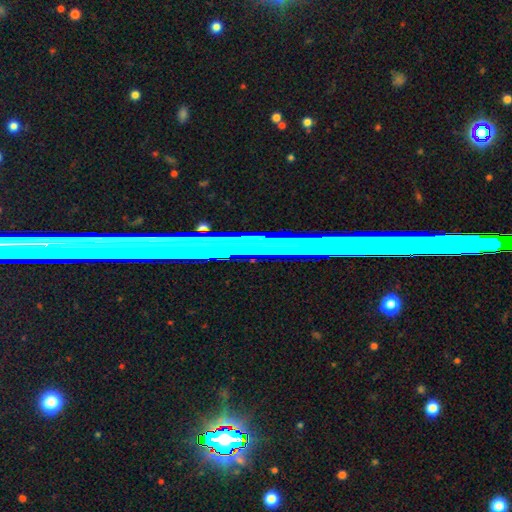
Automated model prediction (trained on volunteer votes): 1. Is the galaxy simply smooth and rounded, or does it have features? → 61% star or artifact, 27% featured or disk, 13% smooth.